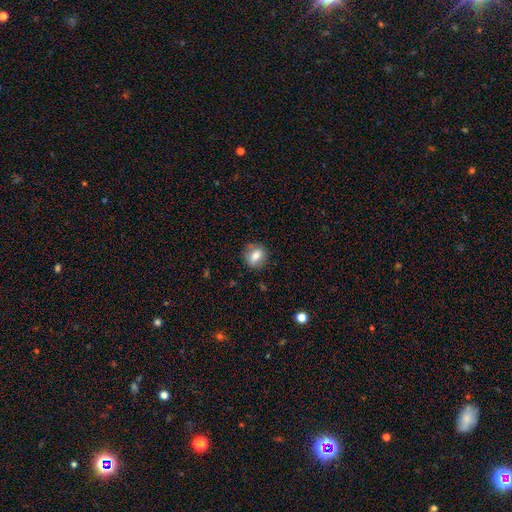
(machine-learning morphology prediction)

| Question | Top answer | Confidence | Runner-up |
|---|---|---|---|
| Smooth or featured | smooth | 73% | featured or disk (18%) |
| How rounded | round | 65% | in between (33%) |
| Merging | none | 82% | minor disturbance (13%) |